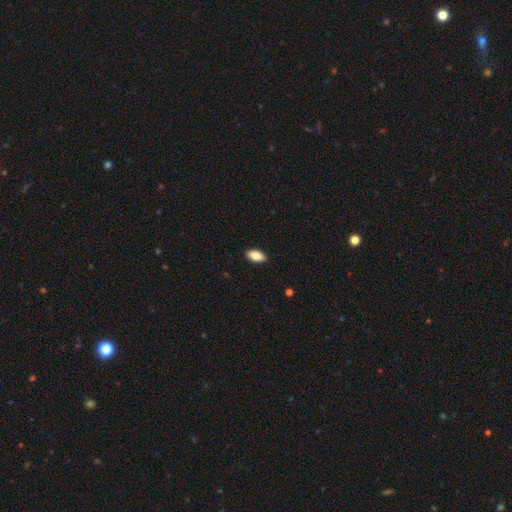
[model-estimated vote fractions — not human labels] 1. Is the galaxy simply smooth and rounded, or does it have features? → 85% smooth, 9% featured or disk, 7% star or artifact.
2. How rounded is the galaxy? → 90% in between, 7% cigar-shaped, 2% round.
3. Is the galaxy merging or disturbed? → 90% none, 7% minor disturbance, 2% major disturbance, 1% merger.